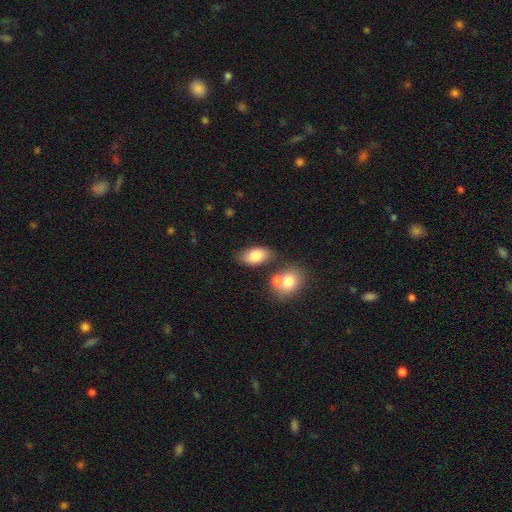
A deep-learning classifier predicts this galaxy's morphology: type=smooth (79%); roundness=in between (91%); merging=none (68%).